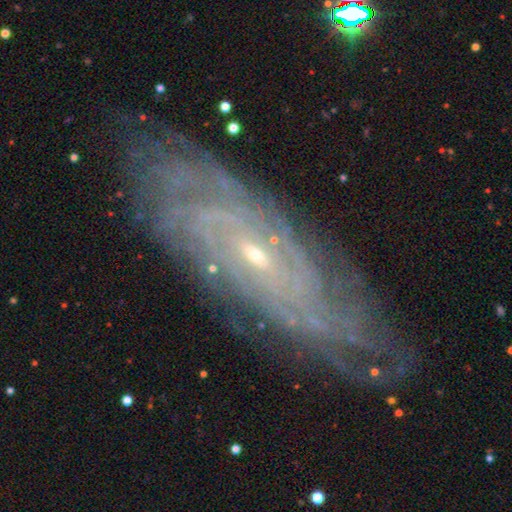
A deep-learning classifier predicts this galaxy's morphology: Smooth or featured: featured or disk — 86% (star or artifact — 7%)
Edge-on disk: no — 86% (yes — 14%)
Bar: no — 50% (weak — 37%)
Spiral arms: yes — 95% (no — 5%)
Spiral winding: tight — 77% (medium — 18%)
Spiral arm count: can't tell — 44% (more than 4 — 14%)
Bulge size: small — 75% (moderate — 22%)
Merging: none — 75% (minor disturbance — 17%)